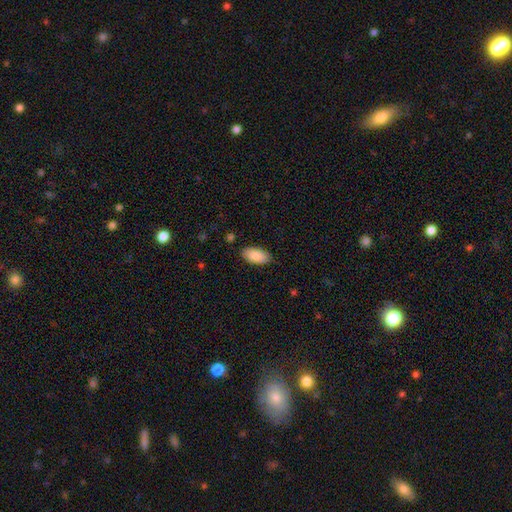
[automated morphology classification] A smooth galaxy with no disk features (88%) that is in between round and cigar-shaped (94%). Merging: none (85%).